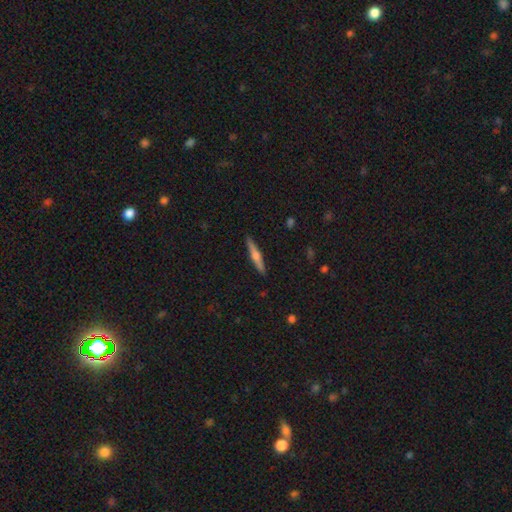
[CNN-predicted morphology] featured or disk 59%, smooth 35%, star or artifact 6%. Down the decision tree: edge-on disk — yes (97%); edge-on bulge — rounded (85%); merging — none (91%).